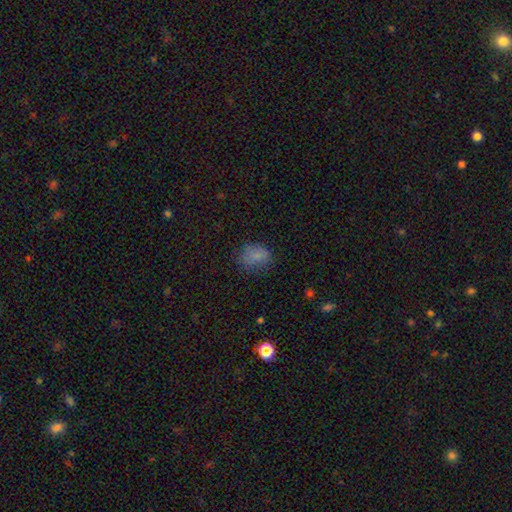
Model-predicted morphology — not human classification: Smooth or featured?
  - smooth: 78% *
  - star or artifact: 13%
  - featured or disk: 8%
How rounded?
  - in between: 63% *
  - round: 35%
  - cigar-shaped: 1%
Merging?
  - none: 66% *
  - minor disturbance: 23%
  - major disturbance: 9%
  - merger: 2%